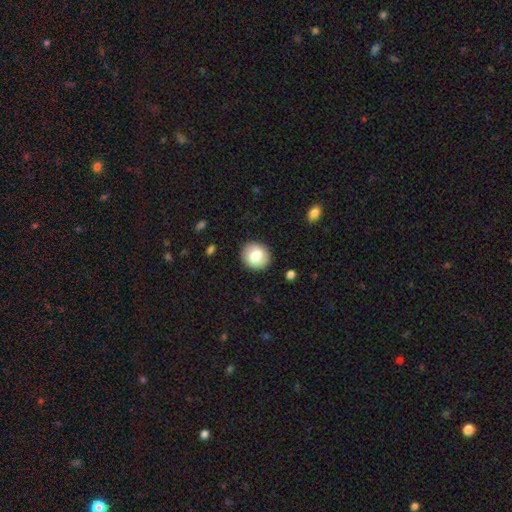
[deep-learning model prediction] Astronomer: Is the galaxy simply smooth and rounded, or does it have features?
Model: smooth — 81%.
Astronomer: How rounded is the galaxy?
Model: round — 85%.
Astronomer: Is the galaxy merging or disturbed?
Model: none — 90%.